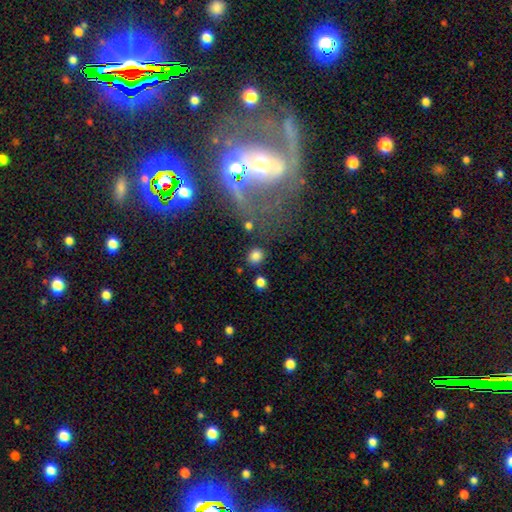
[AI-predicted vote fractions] Smooth or featured: smooth — 81% (star or artifact — 13%)
How rounded: round — 84% (in between — 15%)
Merging: none — 84% (minor disturbance — 7%)